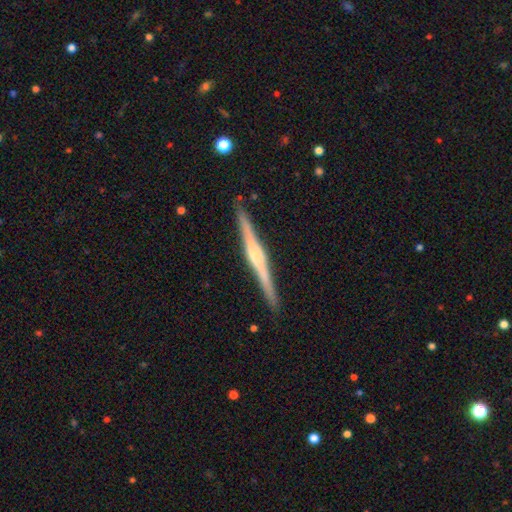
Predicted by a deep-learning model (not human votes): smooth_or_featured: featured or disk (p=0.80) [alt: smooth p=0.15]
disk_edge_on: yes (p=0.98) [alt: no p=0.02]
edge_on_bulge: rounded (p=0.70) [alt: boxy p=0.17]
merging: none (p=0.91) [alt: minor disturbance p=0.07]